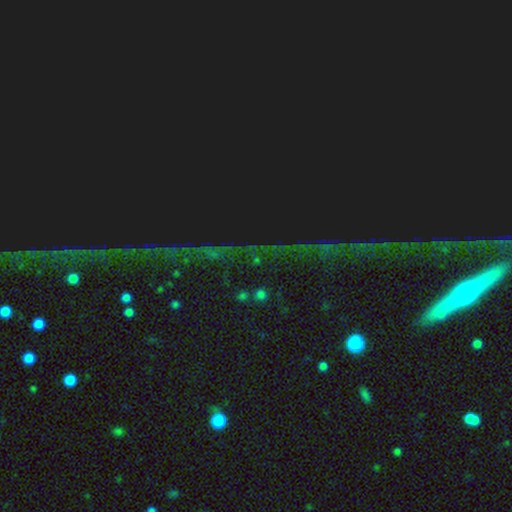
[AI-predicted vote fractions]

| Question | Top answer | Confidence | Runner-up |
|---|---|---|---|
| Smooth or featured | star or artifact | 81% | smooth (10%) |